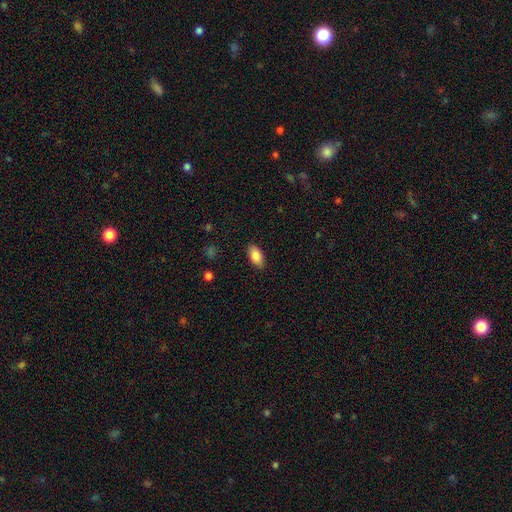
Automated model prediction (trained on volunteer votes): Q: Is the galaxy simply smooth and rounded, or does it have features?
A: smooth — 86%.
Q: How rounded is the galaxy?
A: in between — 92%.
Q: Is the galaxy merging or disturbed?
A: none — 88%.